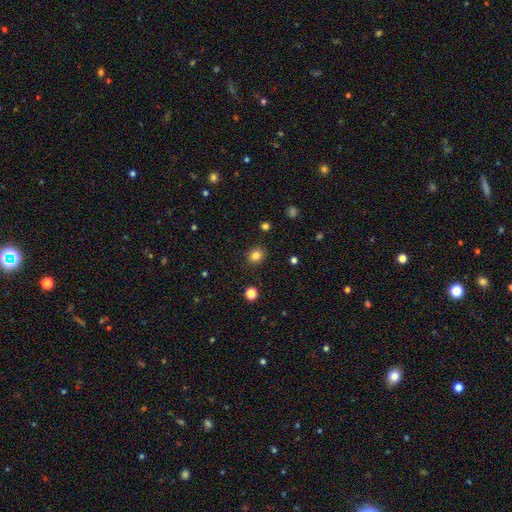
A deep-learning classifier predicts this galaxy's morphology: A smooth galaxy with no disk features (83%) that is round (76%). Merging: none (88%).